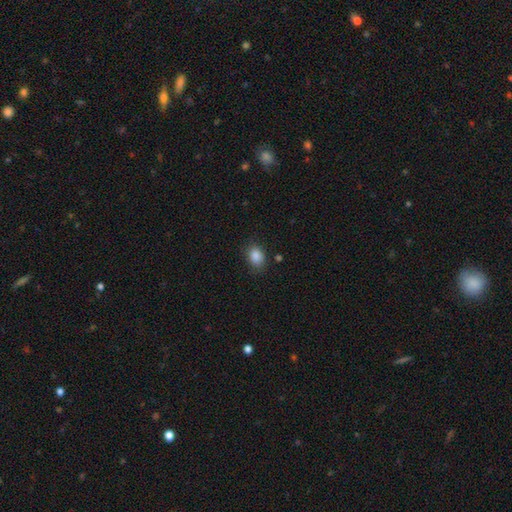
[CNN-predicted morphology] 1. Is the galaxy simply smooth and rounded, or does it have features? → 87% smooth, 9% star or artifact, 4% featured or disk.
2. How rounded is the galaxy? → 72% in between, 27% round, 1% cigar-shaped.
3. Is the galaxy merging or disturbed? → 80% none, 14% minor disturbance, 4% major disturbance, 2% merger.